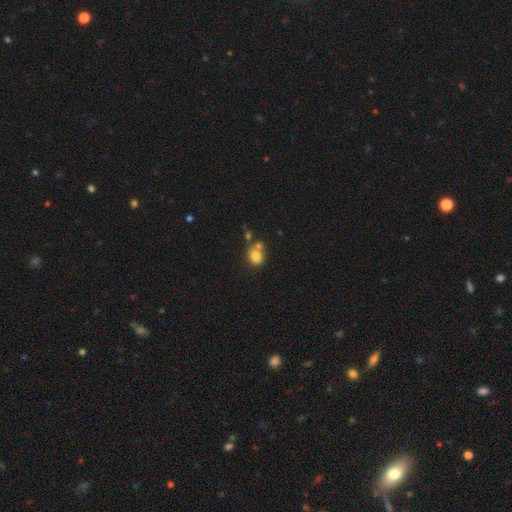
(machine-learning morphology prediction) Smooth or featured? Predicted: smooth (p=0.78). How rounded? Predicted: round (p=0.56). Merging? Predicted: none (p=0.41).